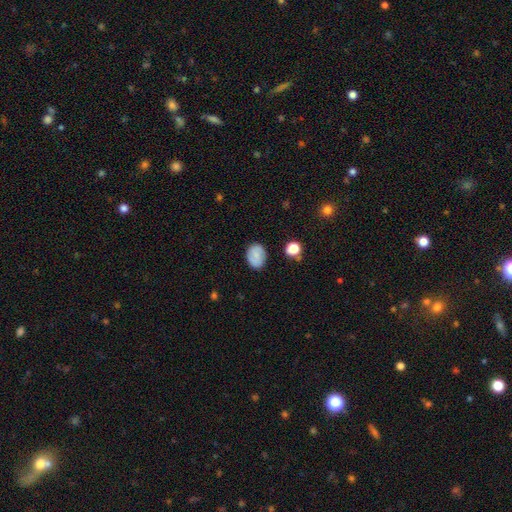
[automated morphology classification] smooth-or-featured: smooth: 71% | featured or disk: 20% | star or artifact: 9%
  how-rounded: in between: 65% | round: 34% | cigar-shaped: 1%
  merging: none: 84% | minor disturbance: 12% | major disturbance: 3% | merger: 2%